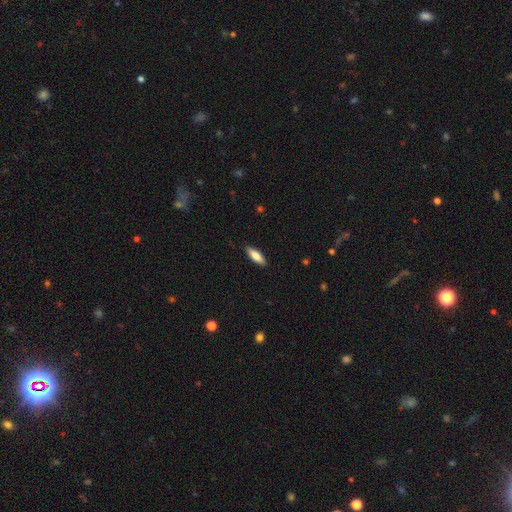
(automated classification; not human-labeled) smooth_or_featured: smooth (p=0.78) [alt: featured or disk p=0.17]
how_rounded: in between (p=0.53) [alt: cigar-shaped p=0.45]
merging: none (p=0.89) [alt: minor disturbance p=0.08]